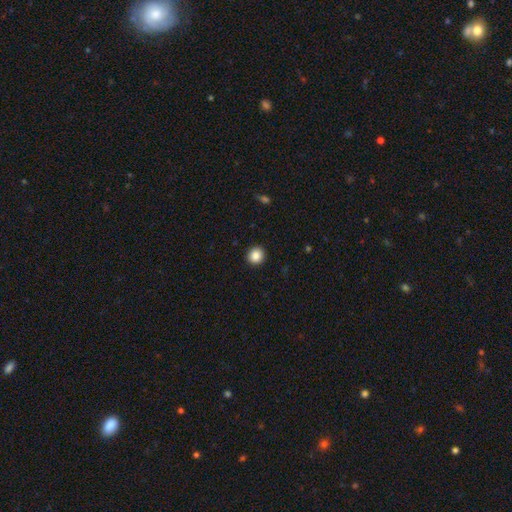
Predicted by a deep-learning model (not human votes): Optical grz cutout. It shows a smooth galaxy with no disk features (86%) that is round (92%). Merging: none (93%).